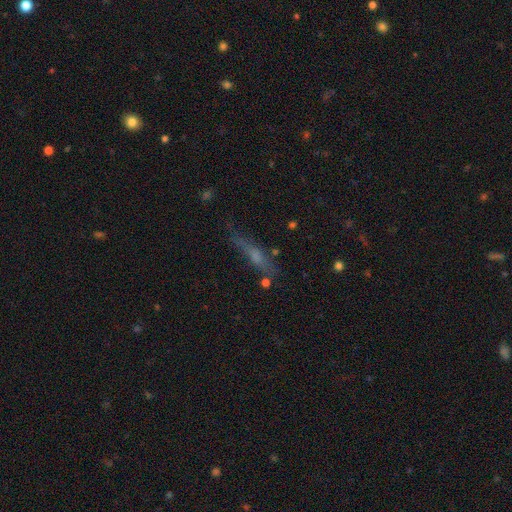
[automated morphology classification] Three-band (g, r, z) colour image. It shows a featured or disk galaxy (45%). Merging: none (68%).